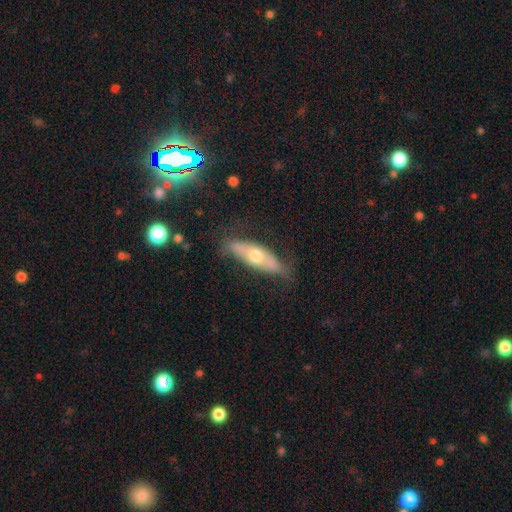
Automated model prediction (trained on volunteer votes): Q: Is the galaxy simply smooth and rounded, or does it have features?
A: featured or disk — 48%.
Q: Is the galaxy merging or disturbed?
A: none — 72%.